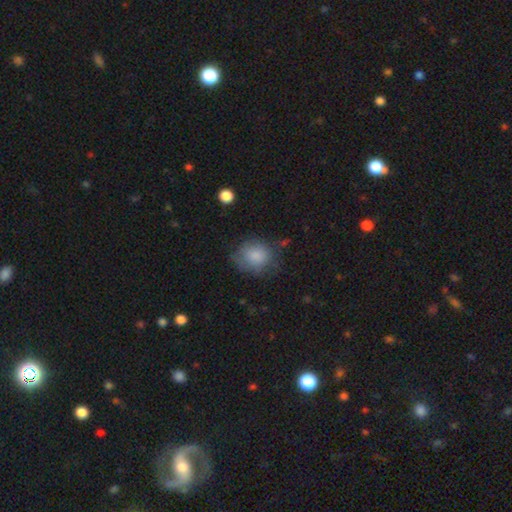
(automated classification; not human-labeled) Overall: smooth (81%). How rounded: round (70%). Merging: none (56%; minor disturbance 29%).